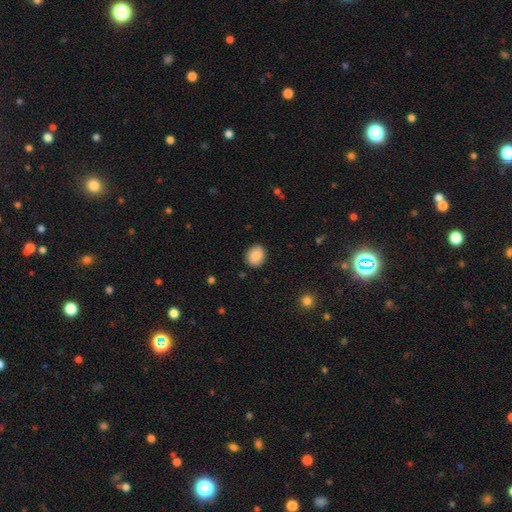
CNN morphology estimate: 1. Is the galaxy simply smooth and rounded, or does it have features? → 88% smooth, 7% star or artifact, 5% featured or disk.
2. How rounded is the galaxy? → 66% round, 33% in between, 1% cigar-shaped.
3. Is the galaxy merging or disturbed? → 88% none, 8% minor disturbance, 2% major disturbance, 1% merger.